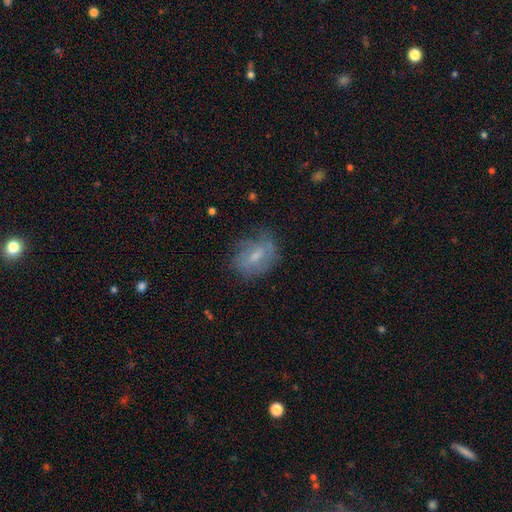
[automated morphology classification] The model was most divided on "smooth or featured": smooth: 48%, featured or disk: 43%, star or artifact: 9%. More confident: merging — none (62%).